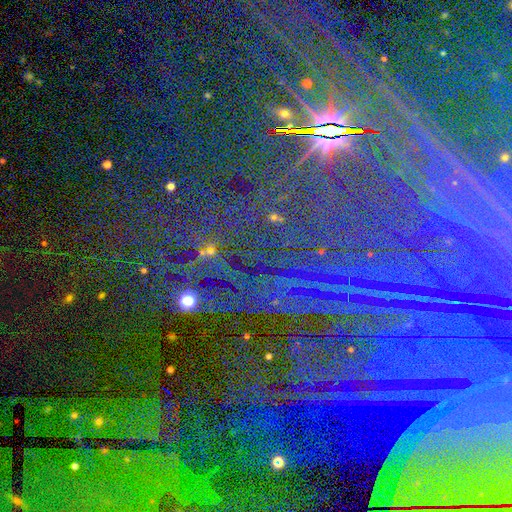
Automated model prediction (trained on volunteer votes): star or artifact 87%, featured or disk 7%, smooth 6%.